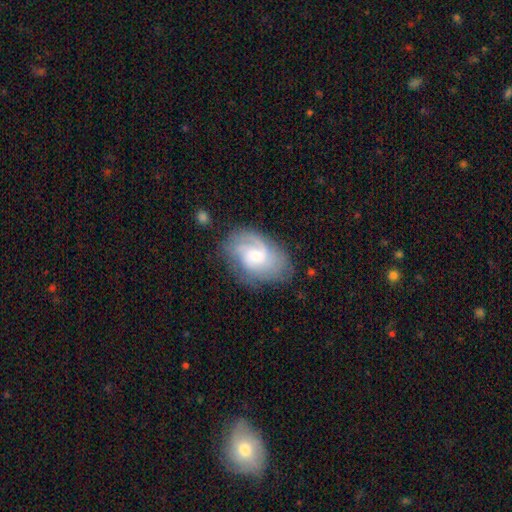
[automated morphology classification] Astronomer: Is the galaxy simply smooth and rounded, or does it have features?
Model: featured or disk — 69%.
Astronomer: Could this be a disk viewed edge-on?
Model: no — 96%.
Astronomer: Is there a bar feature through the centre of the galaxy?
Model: no — 56% (runner-up: weak, 39%).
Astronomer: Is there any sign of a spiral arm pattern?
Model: yes — 91%.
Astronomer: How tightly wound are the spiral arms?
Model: medium — 41% (runner-up: tight, 39%).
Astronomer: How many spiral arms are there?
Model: can't tell — 31% (runner-up: 2, 27%).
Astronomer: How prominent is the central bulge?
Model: moderate — 51% (runner-up: small, 39%).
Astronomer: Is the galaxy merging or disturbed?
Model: none — 69%.